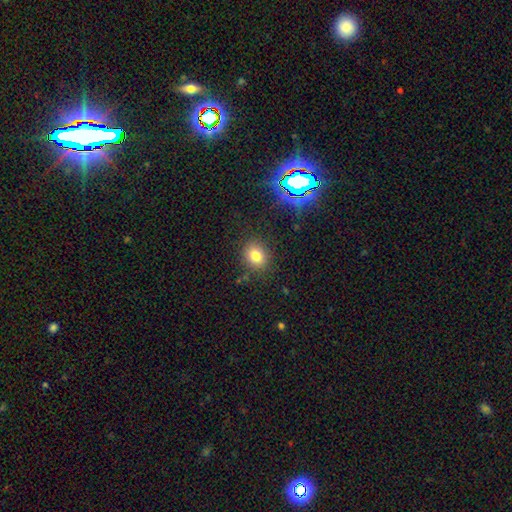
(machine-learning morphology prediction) Smooth or featured?
  - smooth: 78% *
  - star or artifact: 14%
  - featured or disk: 8%
How rounded?
  - round: 65% *
  - in between: 34%
  - cigar-shaped: 1%
Merging?
  - none: 84% *
  - minor disturbance: 10%
  - major disturbance: 3%
  - merger: 2%